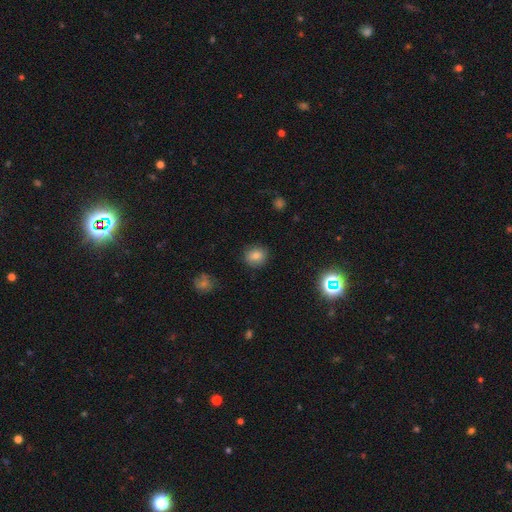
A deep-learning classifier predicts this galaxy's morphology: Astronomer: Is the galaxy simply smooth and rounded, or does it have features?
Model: smooth — 79%.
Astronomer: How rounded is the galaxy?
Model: round — 79%.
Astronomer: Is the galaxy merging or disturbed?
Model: none — 87%.